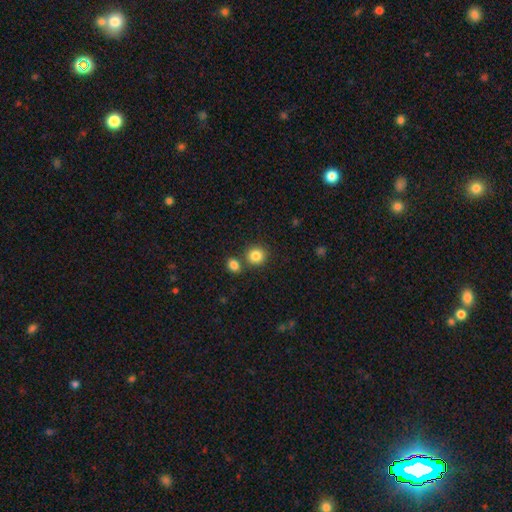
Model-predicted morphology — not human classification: Smooth or featured? Predicted: smooth (p=0.84). How rounded? Predicted: round (p=0.87). Merging? Predicted: none (p=0.72).